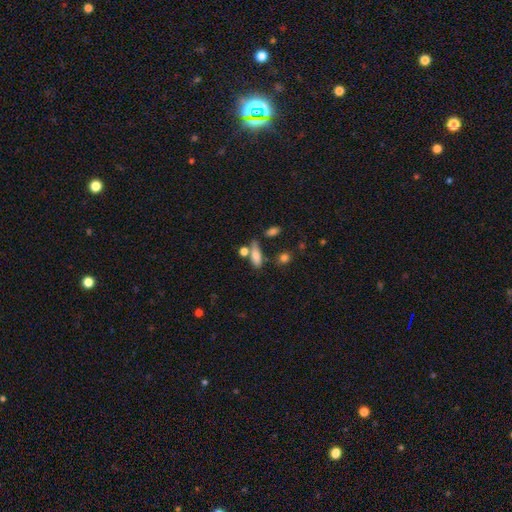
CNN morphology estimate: smooth-or-featured: smooth: 77% | featured or disk: 14% | star or artifact: 9%
  how-rounded: in between: 68% | cigar-shaped: 27% | round: 5%
  merging: none: 51% | merger: 23% | minor disturbance: 18% | major disturbance: 8%